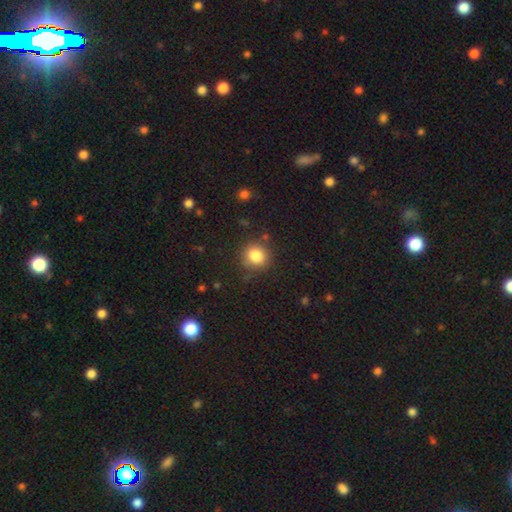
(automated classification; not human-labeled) Smooth or featured?
  - smooth: 83% *
  - star or artifact: 11%
  - featured or disk: 6%
How rounded?
  - round: 85% *
  - in between: 15%
  - cigar-shaped: 1%
Merging?
  - none: 83% *
  - minor disturbance: 11%
  - major disturbance: 4%
  - merger: 2%